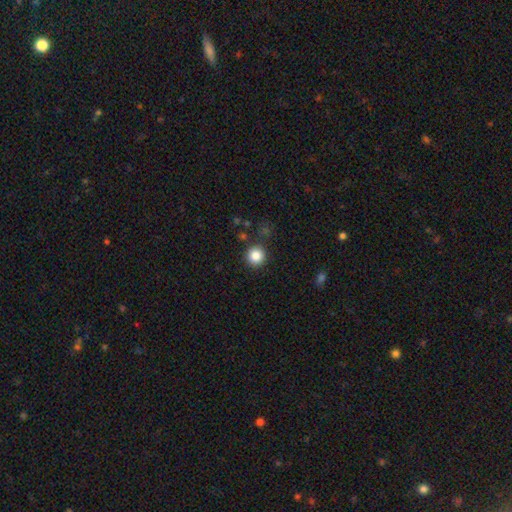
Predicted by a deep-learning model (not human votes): A smooth galaxy with no disk features (86%) that is round (94%). Merging: none (88%).